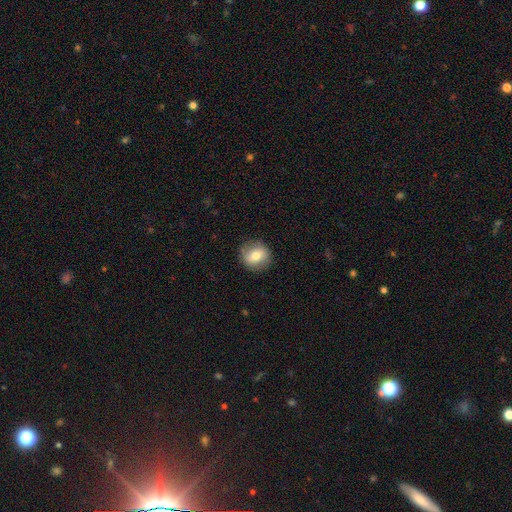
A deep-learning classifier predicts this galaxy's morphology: This appears to be a smooth galaxy with no disk features (70%) that is round (86%). Merging: none (87%).